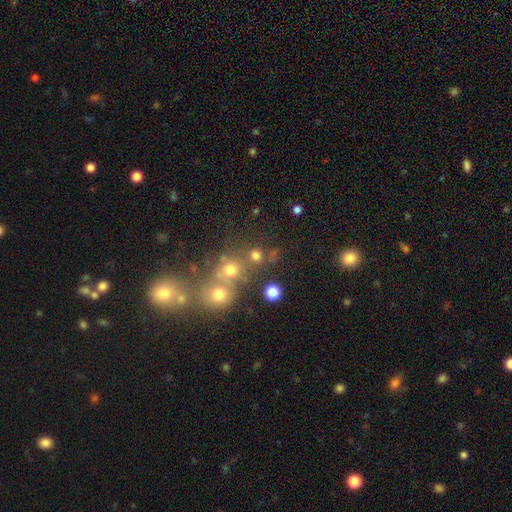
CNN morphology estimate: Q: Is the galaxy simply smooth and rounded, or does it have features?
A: smooth — 72%.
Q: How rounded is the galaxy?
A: round — 87%.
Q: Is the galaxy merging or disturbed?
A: none — 59%.